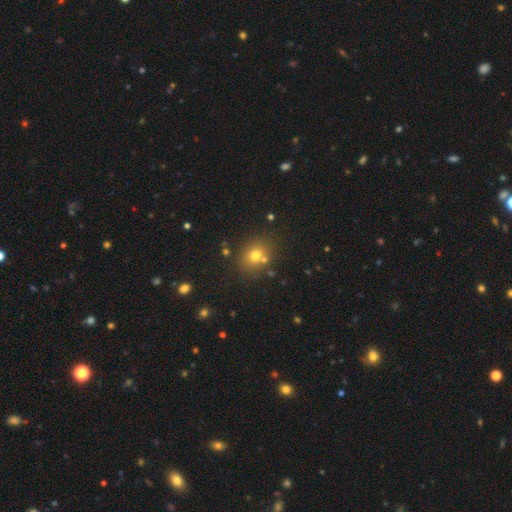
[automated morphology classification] Smooth or featured?
  - smooth: 70% *
  - star or artifact: 18%
  - featured or disk: 12%
How rounded?
  - round: 62% *
  - in between: 37%
  - cigar-shaped: 1%
Merging?
  - none: 71% *
  - merger: 14%
  - minor disturbance: 11%
  - major disturbance: 4%